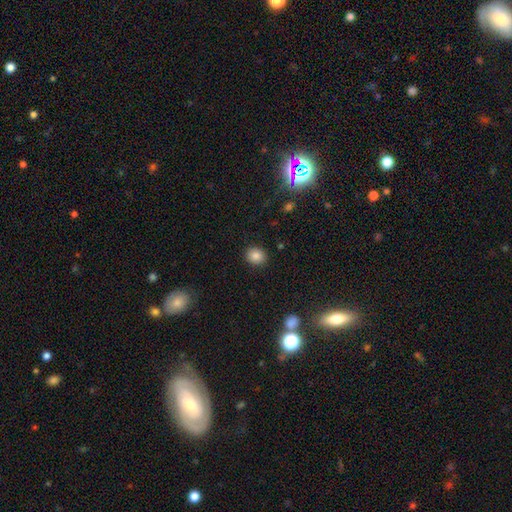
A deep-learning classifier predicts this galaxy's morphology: smooth-or-featured: smooth: 84% | star or artifact: 11% | featured or disk: 5%
  how-rounded: round: 79% | in between: 20% | cigar-shaped: 1%
  merging: none: 90% | minor disturbance: 6% | major disturbance: 2% | merger: 1%